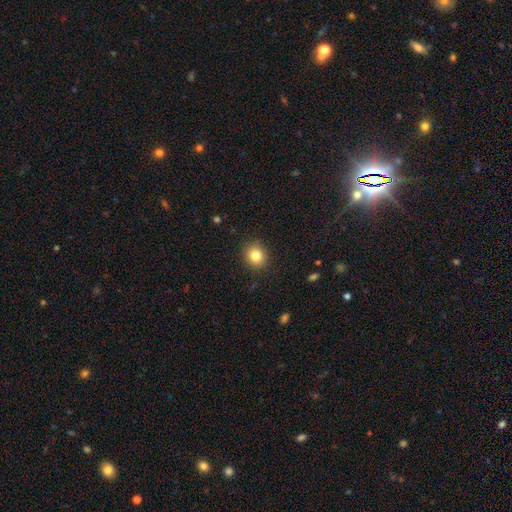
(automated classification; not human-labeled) Smooth or featured? smooth (82%)
How rounded? round (76%)
Merging? none (90%)